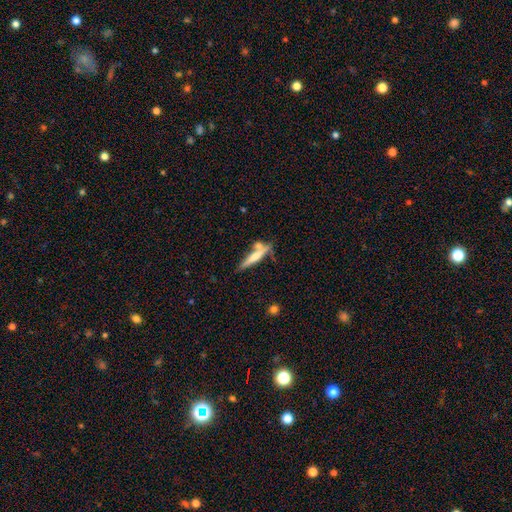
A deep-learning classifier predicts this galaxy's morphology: A smooth galaxy with no disk features (50%) that is cigar-shaped (89%). Merging: none (59%).